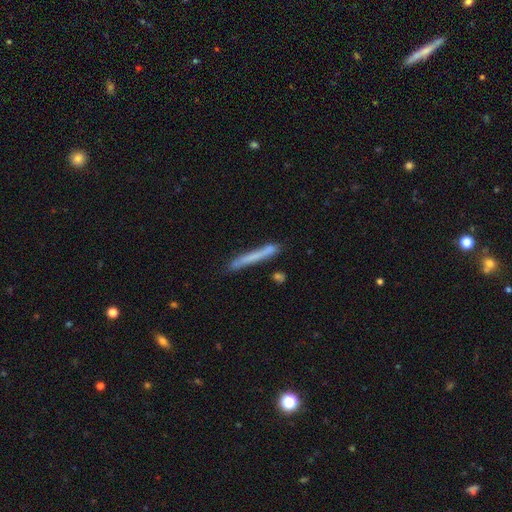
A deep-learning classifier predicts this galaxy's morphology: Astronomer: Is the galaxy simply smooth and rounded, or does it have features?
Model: smooth — 61%.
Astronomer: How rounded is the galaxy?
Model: cigar-shaped — 97%.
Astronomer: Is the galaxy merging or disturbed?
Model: none — 81%.